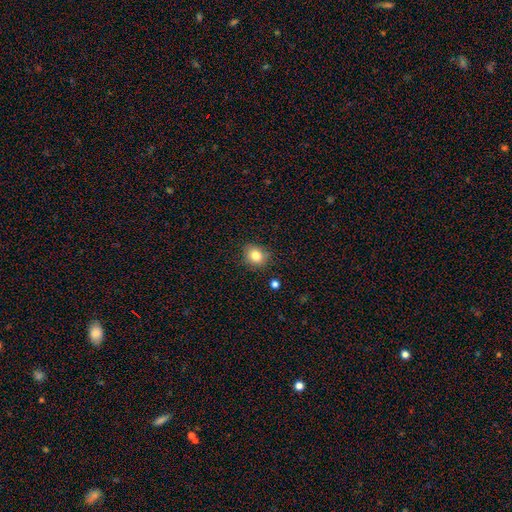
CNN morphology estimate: This is clearly a smooth galaxy (82%). How rounded: likely round (68%). Merging: clearly none (84%).